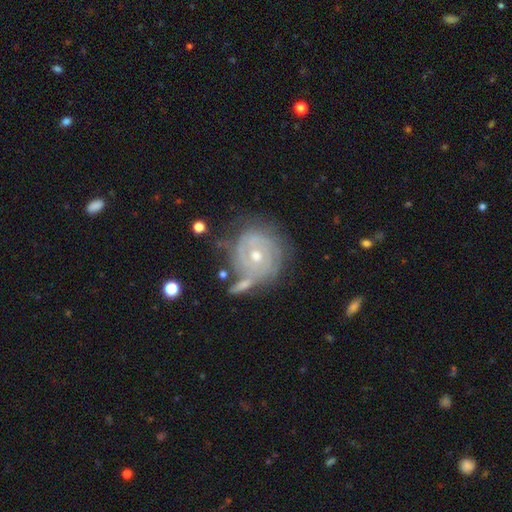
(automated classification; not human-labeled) Q: Smooth or featured?
A: featured or disk (83%); runner-up: smooth (11%)
Q: Edge-on disk?
A: no (97%); runner-up: yes (3%)
Q: Bar?
A: no (74%); runner-up: weak (21%)
Q: Spiral arms?
A: yes (90%); runner-up: no (10%)
Q: Spiral winding?
A: tight (80%); runner-up: medium (16%)
Q: Spiral arm count?
A: can't tell (39%); runner-up: 2 (24%)
Q: Bulge size?
A: moderate (64%); runner-up: small (33%)
Q: Merging?
A: none (58%); runner-up: minor disturbance (20%)